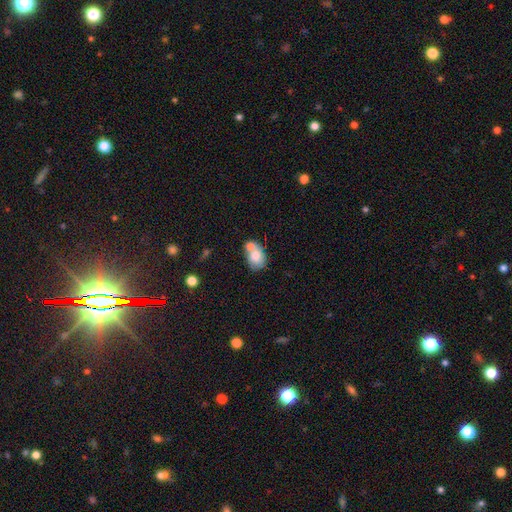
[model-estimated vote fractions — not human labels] Smooth or featured? smooth (75%)
How rounded? in between (66%)
Merging? merger (44%)